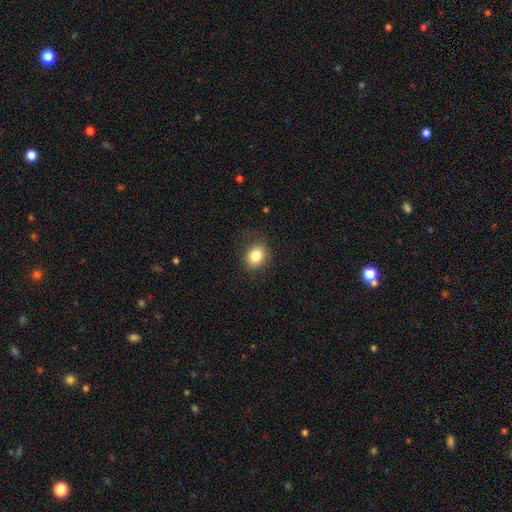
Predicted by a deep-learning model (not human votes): This is clearly a smooth galaxy (83%). How rounded: possibly round (56%). Merging: clearly none (81%).